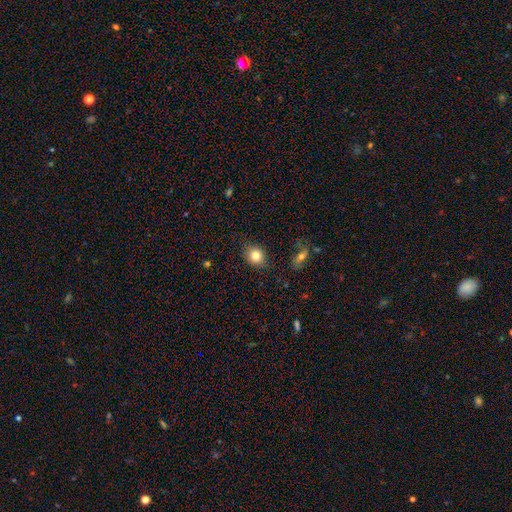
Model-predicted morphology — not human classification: Smooth or featured? Predicted: smooth (p=0.82). How rounded? Predicted: round (p=0.68). Merging? Predicted: none (p=0.84).